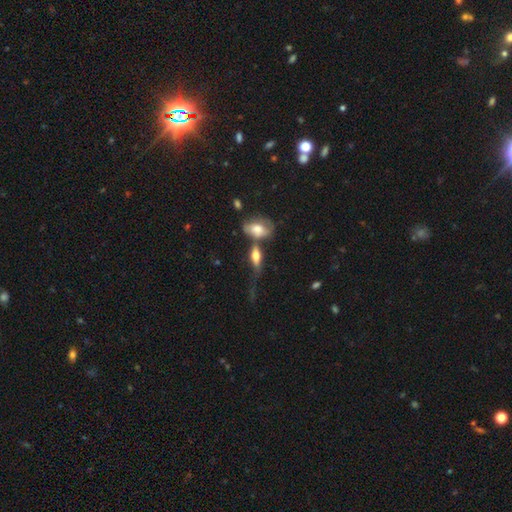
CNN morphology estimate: This appears to be a smooth galaxy with no disk features (61%) that is in between round and cigar-shaped (71%). Merging: merger (37%).